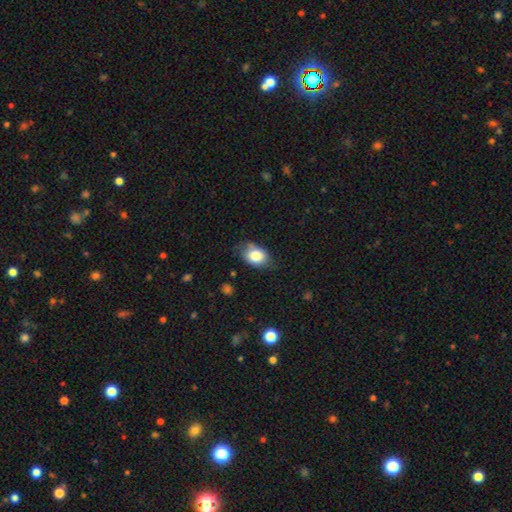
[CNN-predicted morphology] smooth 81%, featured or disk 11%, star or artifact 8%. Down the decision tree: how rounded — in between (72%); merging — none (65%).